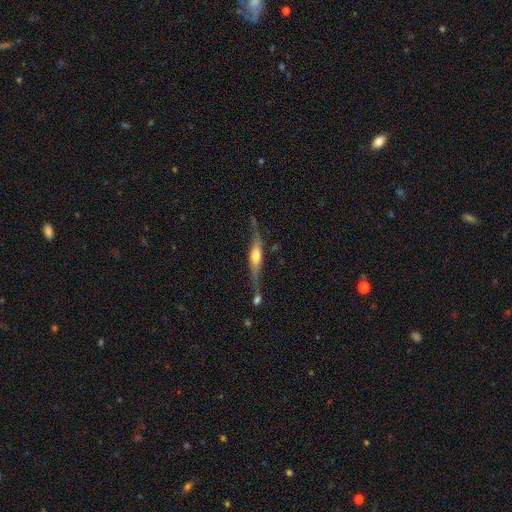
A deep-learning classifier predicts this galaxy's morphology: Smooth or featured? featured or disk (75%)
Edge-on disk? yes (92%)
Edge-on bulge? rounded (84%)
Merging? none (59%)